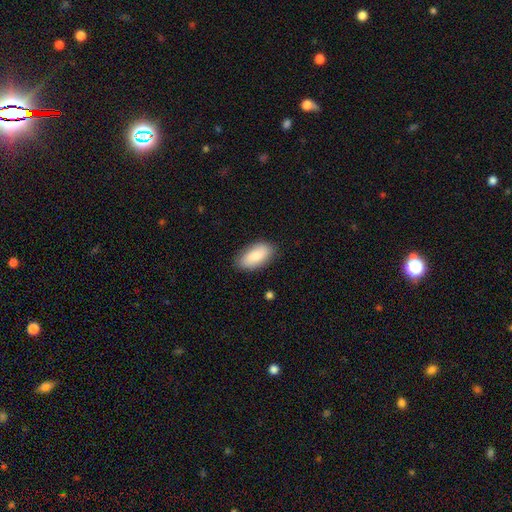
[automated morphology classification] Smooth or featured? smooth (83%)
How rounded? in between (93%)
Merging? none (85%)